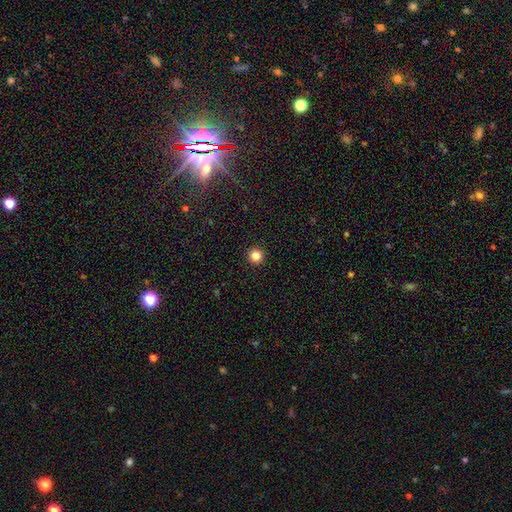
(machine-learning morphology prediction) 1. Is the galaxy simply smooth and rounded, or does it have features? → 84% smooth, 12% star or artifact, 4% featured or disk.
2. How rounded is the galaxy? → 96% round, 3% in between, 1% cigar-shaped.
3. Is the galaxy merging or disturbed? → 94% none, 4% minor disturbance, 1% major disturbance, 1% merger.